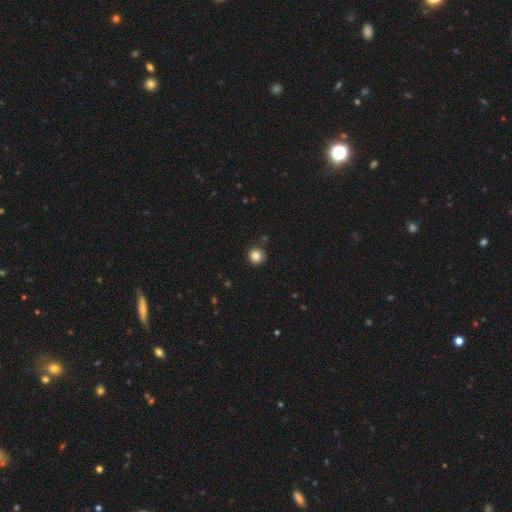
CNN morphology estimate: A smooth galaxy with no disk features (85%) that is round (95%).

Vote fractions:
- Smooth or featured? smooth: 85% / star or artifact: 11% / featured or disk: 4%
- How rounded? round: 95% / in between: 4% / cigar-shaped: 1%
- Merging? none: 90% / minor disturbance: 7% / merger: 2% / major disturbance: 2%